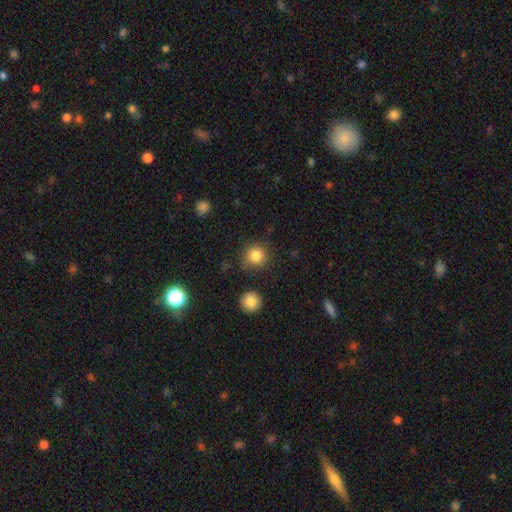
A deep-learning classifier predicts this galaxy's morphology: smooth-or-featured: smooth: 84% | star or artifact: 11% | featured or disk: 5%
  how-rounded: round: 91% | in between: 8% | cigar-shaped: 1%
  merging: none: 82% | minor disturbance: 11% | major disturbance: 4% | merger: 3%